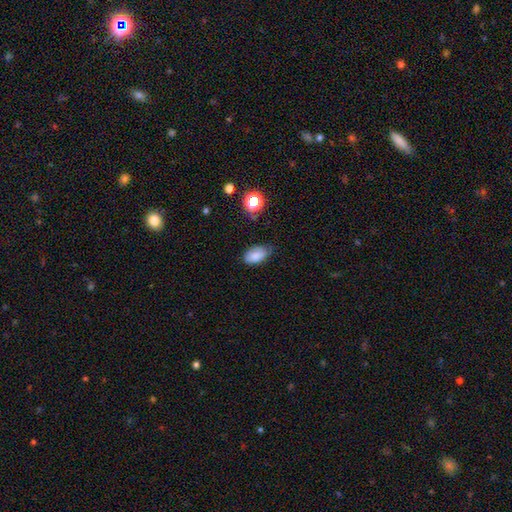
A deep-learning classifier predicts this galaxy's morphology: This appears to be a smooth galaxy with no disk features (81%) that is in between round and cigar-shaped (92%). Merging: none (62%).